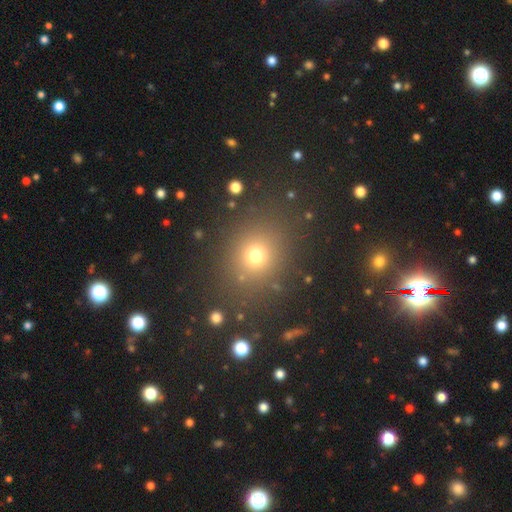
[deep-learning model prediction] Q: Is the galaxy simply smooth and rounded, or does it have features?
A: smooth — 70%.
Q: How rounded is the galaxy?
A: round — 71%.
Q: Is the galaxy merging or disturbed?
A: none — 83%.